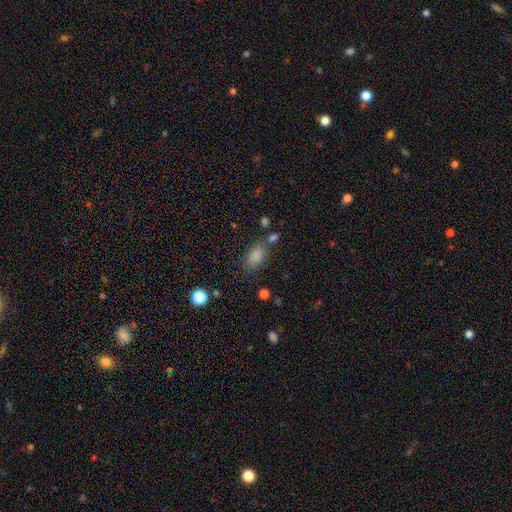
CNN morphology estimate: smooth 84%, star or artifact 10%, featured or disk 6%. Down the decision tree: how rounded — in between (89%); merging — none (67%).